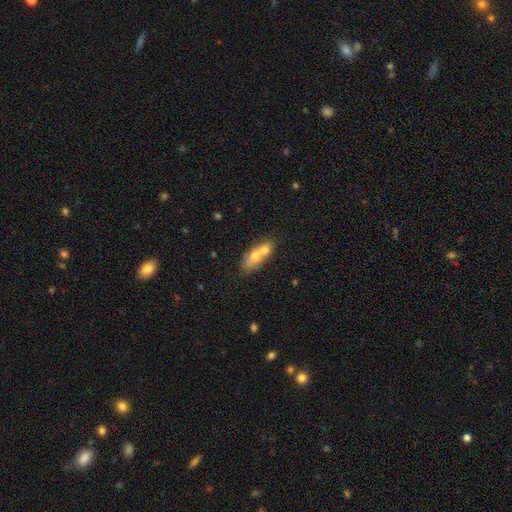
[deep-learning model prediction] Q: Smooth or featured?
A: smooth (62%); runner-up: featured or disk (30%)
Q: How rounded?
A: in between (71%); runner-up: cigar-shaped (15%)
Q: Merging?
A: merger (58%); runner-up: none (28%)